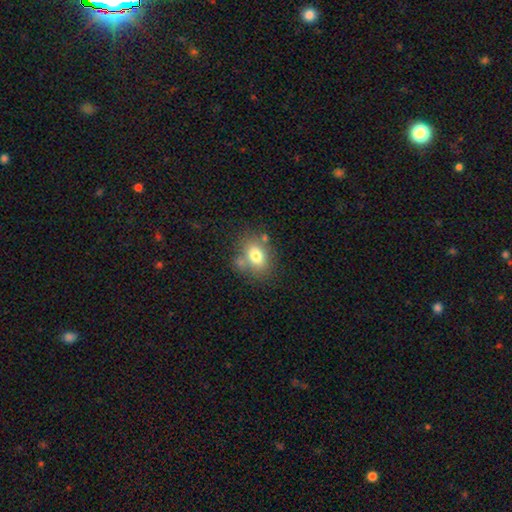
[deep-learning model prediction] The model was most divided on "how rounded": in between: 67%, round: 32%, cigar-shaped: 1%. More confident: smooth or featured — smooth (75%); merging — none (65%).